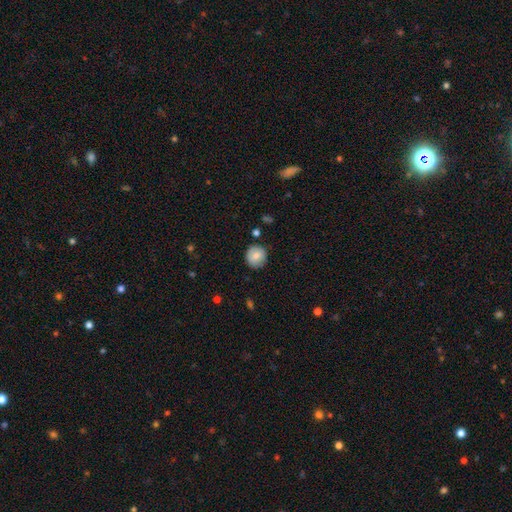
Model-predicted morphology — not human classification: A smooth galaxy with no disk features (79%) that is round (91%). Merging: none (84%).